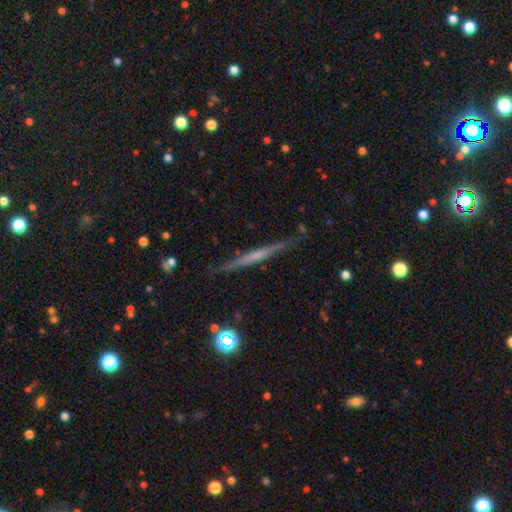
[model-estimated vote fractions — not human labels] featured or disk 61%, smooth 32%, star or artifact 7%. Down the decision tree: edge-on disk — yes (97%); edge-on bulge — none (76%); merging — none (87%).